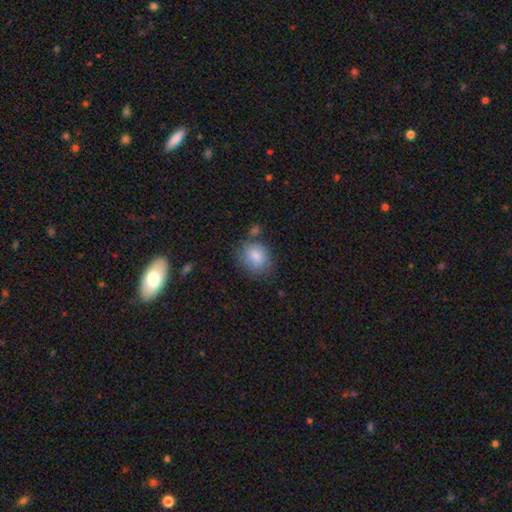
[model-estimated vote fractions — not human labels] smooth 81%, featured or disk 11%, star or artifact 7%. Down the decision tree: how rounded — round (60%); merging — none (60%).